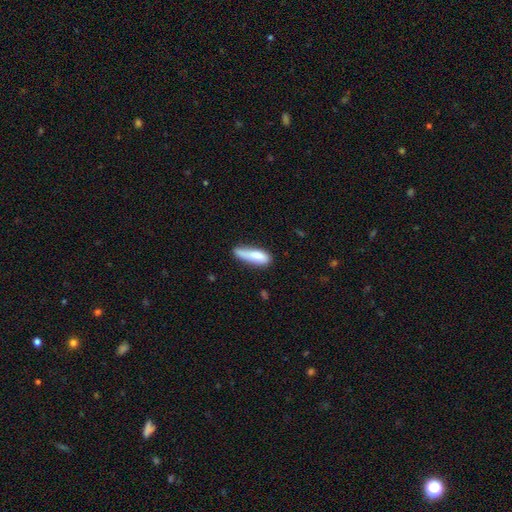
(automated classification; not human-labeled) Smooth or featured: smooth — 76% (featured or disk — 17%)
How rounded: cigar-shaped — 58% (in between — 40%)
Merging: none — 45% (minor disturbance — 33%)